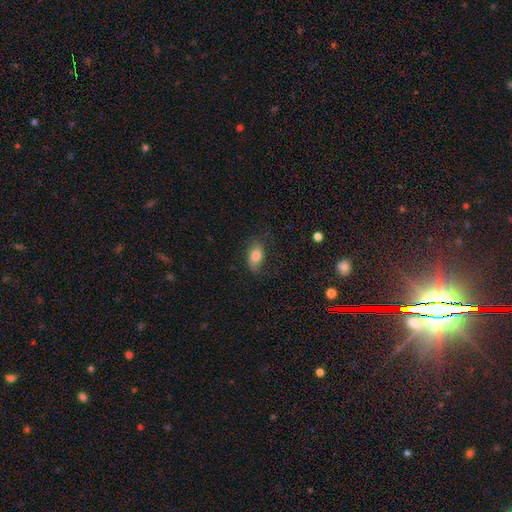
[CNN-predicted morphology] smooth 79%, featured or disk 13%, star or artifact 8%. Down the decision tree: how rounded — in between (89%); merging — none (69%).